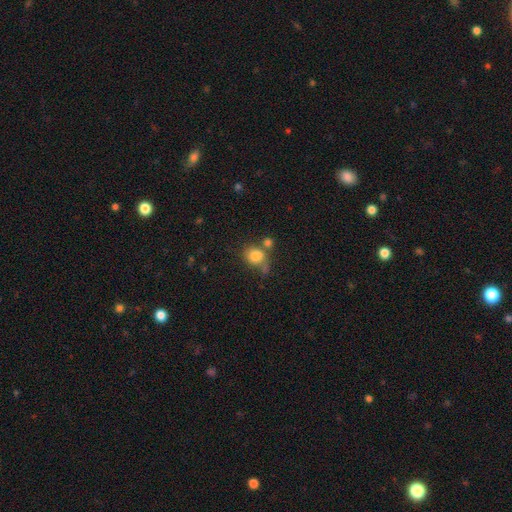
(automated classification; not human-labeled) Smooth or featured: smooth — 81% (star or artifact — 10%)
How rounded: round — 61% (in between — 38%)
Merging: none — 43% (merger — 30%)